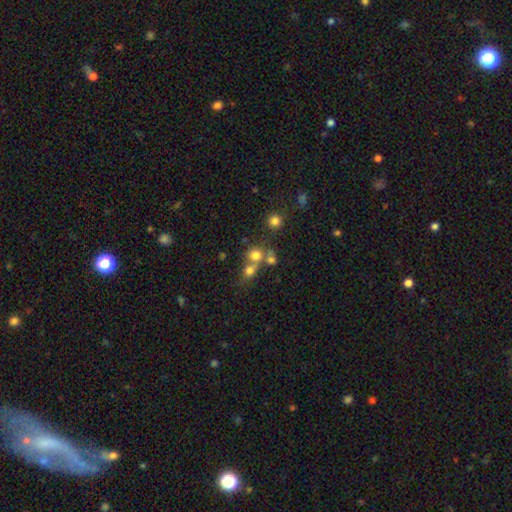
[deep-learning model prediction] Smooth or featured: smooth — 71% (star or artifact — 17%)
How rounded: round — 82% (in between — 17%)
Merging: none — 45% (merger — 43%)